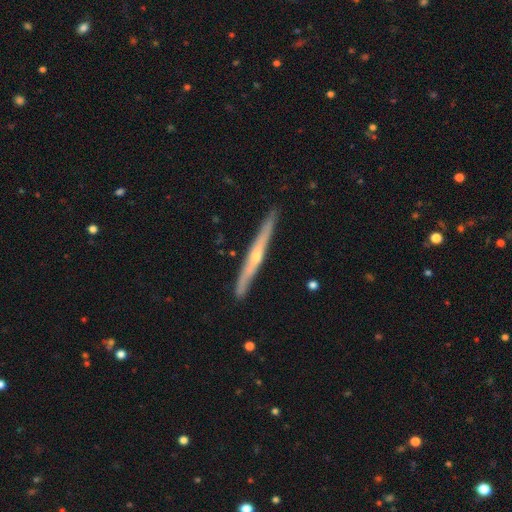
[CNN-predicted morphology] smooth_or_featured: featured or disk (p=0.75) [alt: smooth p=0.20]
disk_edge_on: yes (p=0.97) [alt: no p=0.03]
edge_on_bulge: rounded (p=0.72) [alt: none p=0.24]
merging: none (p=0.91) [alt: minor disturbance p=0.07]